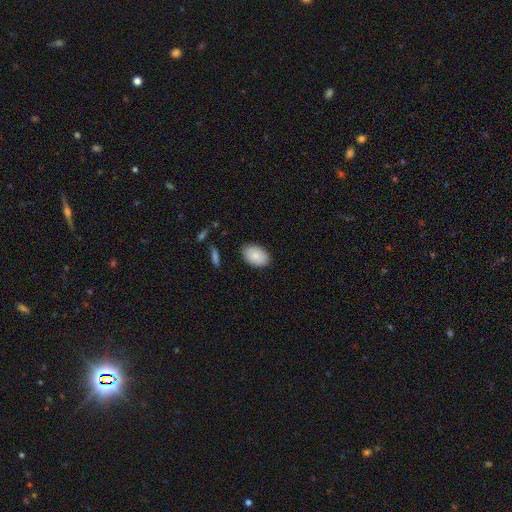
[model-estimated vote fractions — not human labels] Morphology: type=smooth (86%); roundness=in between (89%); merging=none (87%).